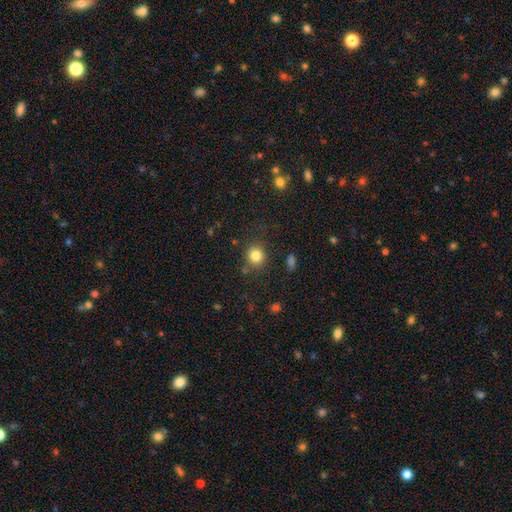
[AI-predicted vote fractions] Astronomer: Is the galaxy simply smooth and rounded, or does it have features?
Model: smooth — 82%.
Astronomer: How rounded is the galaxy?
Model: round — 85%.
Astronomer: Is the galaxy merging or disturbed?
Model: none — 81%.